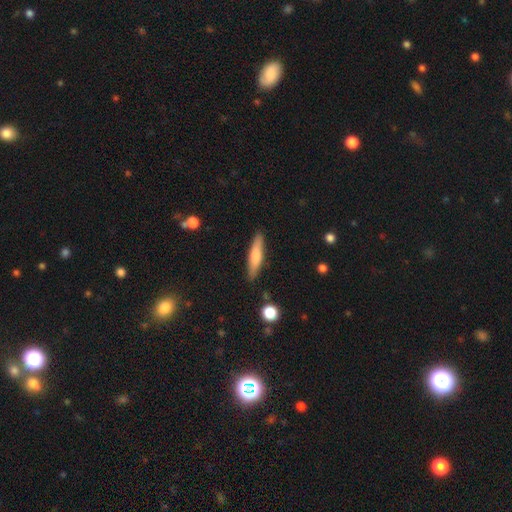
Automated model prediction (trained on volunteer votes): Smooth or featured: smooth — 66% (featured or disk — 28%)
How rounded: cigar-shaped — 80% (in between — 19%)
Merging: none — 87% (minor disturbance — 9%)